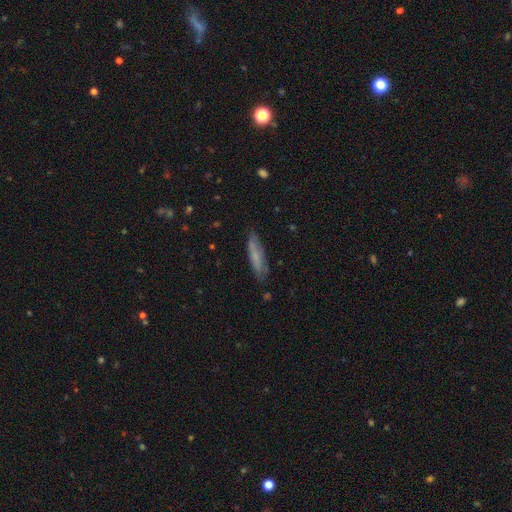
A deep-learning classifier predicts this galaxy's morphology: Q: Smooth or featured?
A: smooth (66%); runner-up: featured or disk (27%)
Q: How rounded?
A: cigar-shaped (79%); runner-up: in between (20%)
Q: Merging?
A: none (79%); runner-up: minor disturbance (16%)